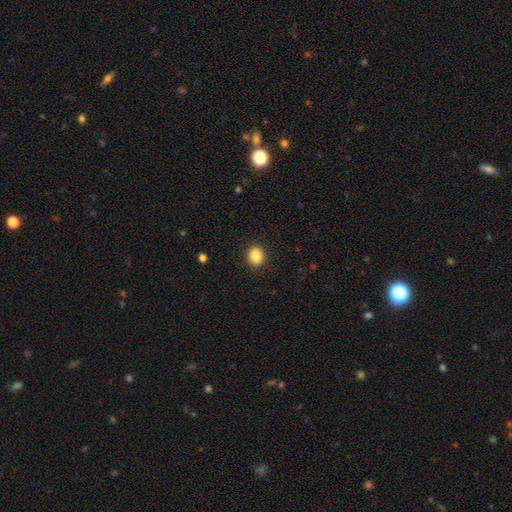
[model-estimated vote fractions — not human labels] Smooth or featured: smooth — 87% (star or artifact — 9%)
How rounded: round — 71% (in between — 28%)
Merging: none — 91% (minor disturbance — 6%)